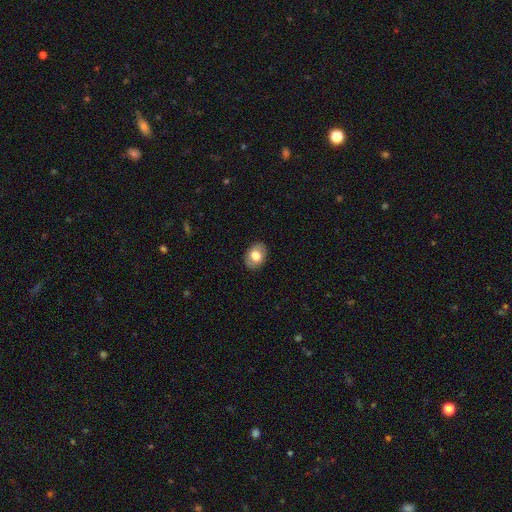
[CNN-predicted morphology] Smooth or featured? Predicted: smooth (p=0.74). How rounded? Predicted: in between (p=0.71). Merging? Predicted: none (p=0.86).